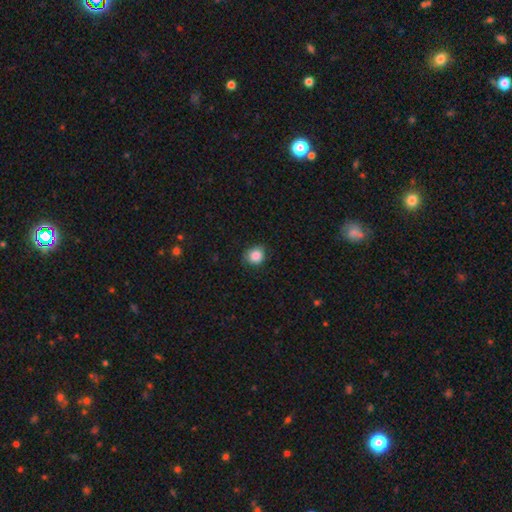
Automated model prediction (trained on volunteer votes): A smooth galaxy with no disk features (86%) that is round (84%).

Vote fractions:
- Smooth or featured? smooth: 86% / star or artifact: 9% / featured or disk: 4%
- How rounded? round: 84% / in between: 15% / cigar-shaped: 1%
- Merging? none: 80% / minor disturbance: 16% / major disturbance: 3% / merger: 1%